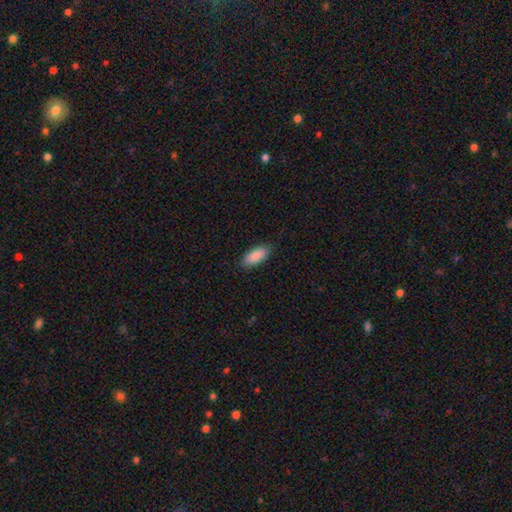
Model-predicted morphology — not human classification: Smooth or featured? smooth (89%)
How rounded? in between (85%)
Merging? none (87%)